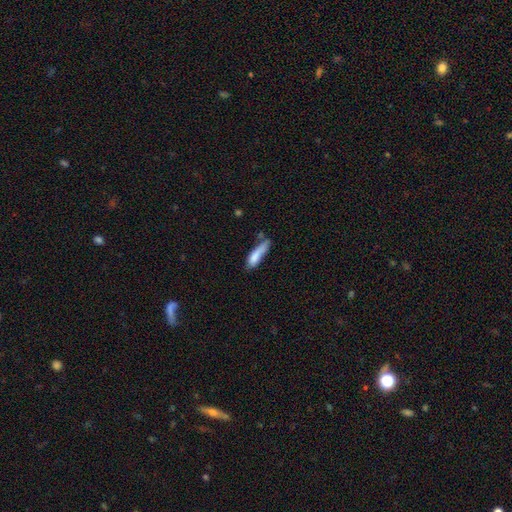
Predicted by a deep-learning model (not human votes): smooth 79%, featured or disk 14%, star or artifact 7%. Down the decision tree: how rounded — cigar-shaped (68%); merging — none (42%).